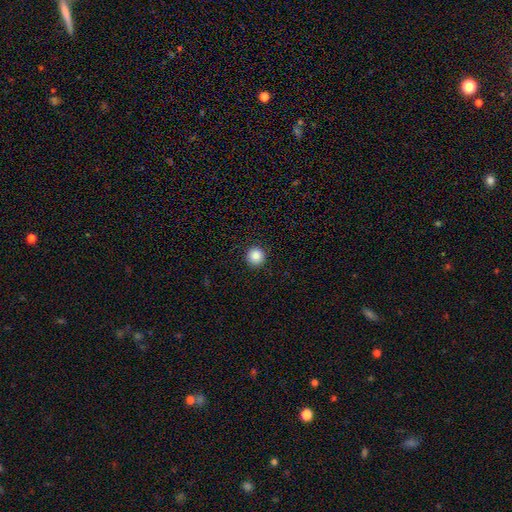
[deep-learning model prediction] A smooth galaxy with no disk features (87%) that is round (95%).

Vote fractions:
- Smooth or featured? smooth: 87% / star or artifact: 10% / featured or disk: 3%
- How rounded? round: 95% / in between: 4% / cigar-shaped: 1%
- Merging? none: 92% / minor disturbance: 5% / major disturbance: 2% / merger: 1%